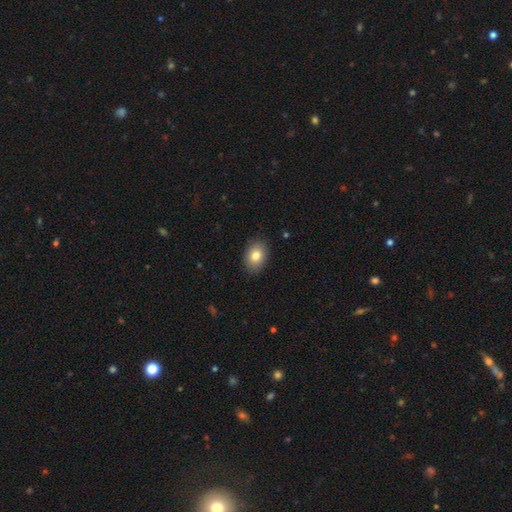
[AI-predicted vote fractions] Smooth or featured? Predicted: smooth (p=0.82). How rounded? Predicted: in between (p=0.78). Merging? Predicted: none (p=0.88).